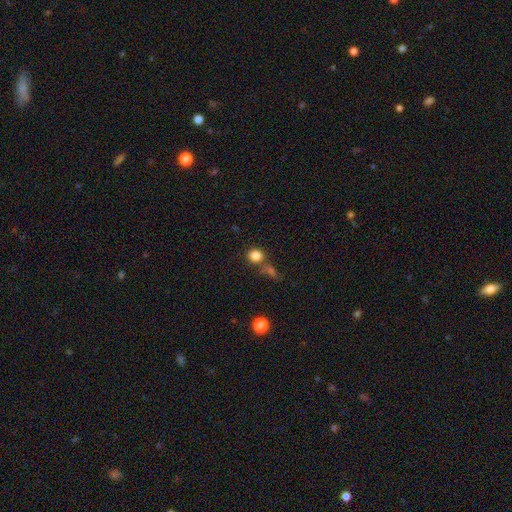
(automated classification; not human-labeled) Smooth or featured? Predicted: smooth (p=0.82). How rounded? Predicted: round (p=0.81). Merging? Predicted: none (p=0.66).